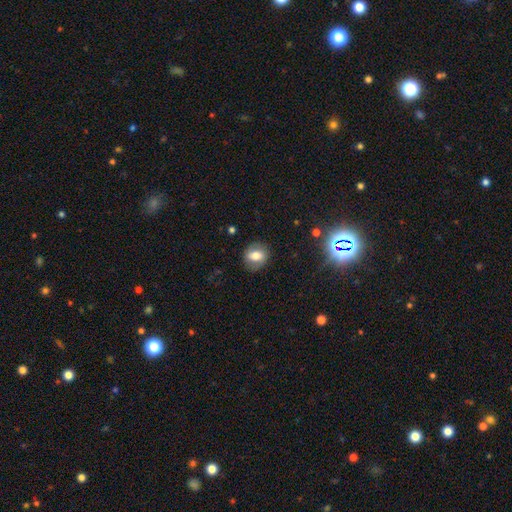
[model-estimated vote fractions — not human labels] smooth-or-featured: smooth: 61% | featured or disk: 28% | star or artifact: 10%
  how-rounded: round: 59% | in between: 39% | cigar-shaped: 1%
  merging: none: 82% | minor disturbance: 12% | major disturbance: 5% | merger: 1%